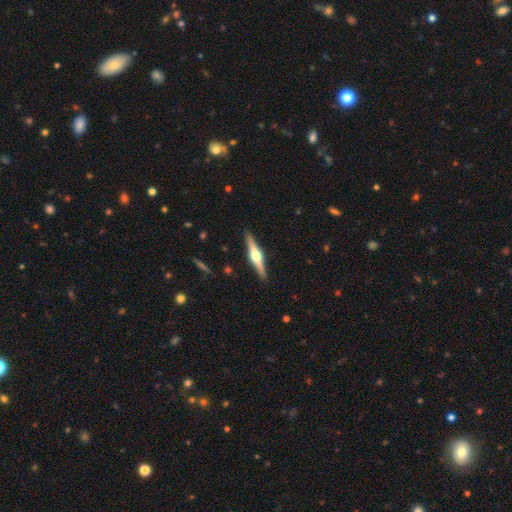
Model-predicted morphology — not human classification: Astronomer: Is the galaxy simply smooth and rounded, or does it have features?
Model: featured or disk — 74%.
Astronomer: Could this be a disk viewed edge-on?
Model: yes — 98%.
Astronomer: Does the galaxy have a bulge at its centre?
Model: rounded — 93%.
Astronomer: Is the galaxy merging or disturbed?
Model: none — 91%.